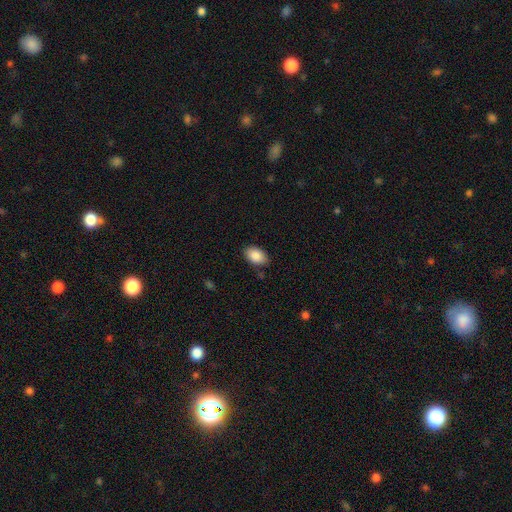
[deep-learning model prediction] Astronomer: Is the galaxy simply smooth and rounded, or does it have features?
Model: smooth — 89%.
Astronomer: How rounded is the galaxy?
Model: in between — 88%.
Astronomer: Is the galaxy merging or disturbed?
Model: none — 85%.